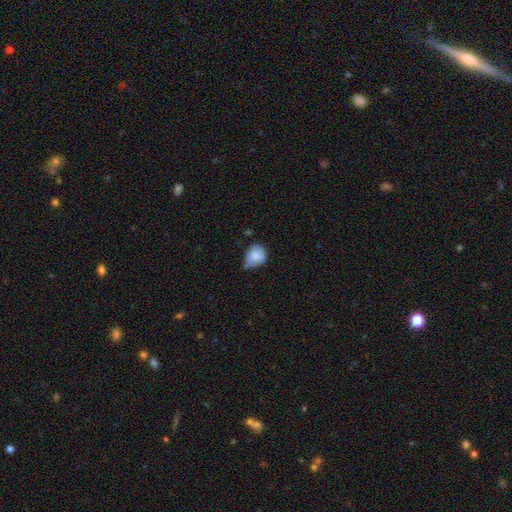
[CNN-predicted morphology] The model was most divided on "merging": minor disturbance: 42%, none: 40%, major disturbance: 10%, merger: 8%. More confident: smooth or featured — smooth (75%); how rounded — round (72%).